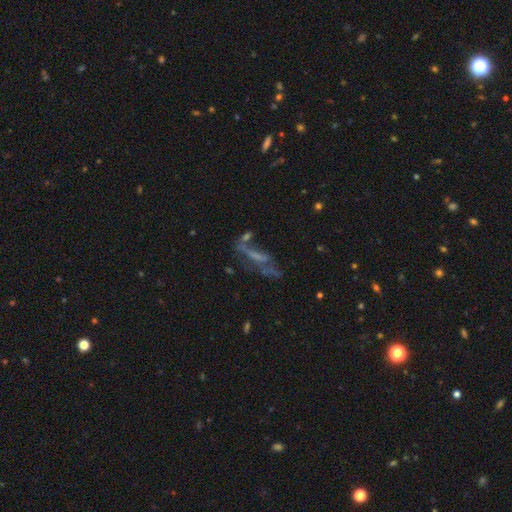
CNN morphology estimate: Smooth or featured? featured or disk (54%)
Edge-on disk? no (68%)
Merging? none (41%)